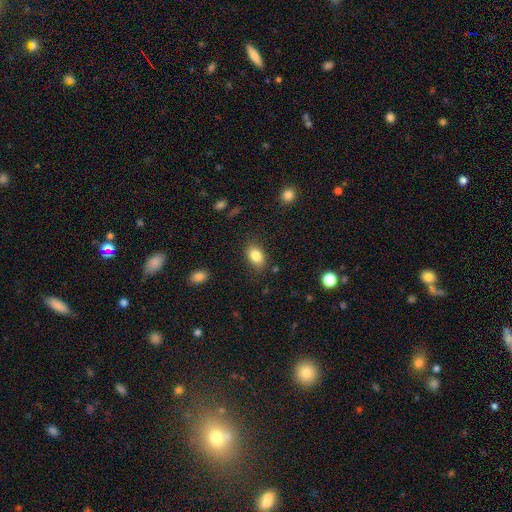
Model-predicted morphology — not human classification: type=smooth (84%); roundness=in between (84%); merging=none (82%).